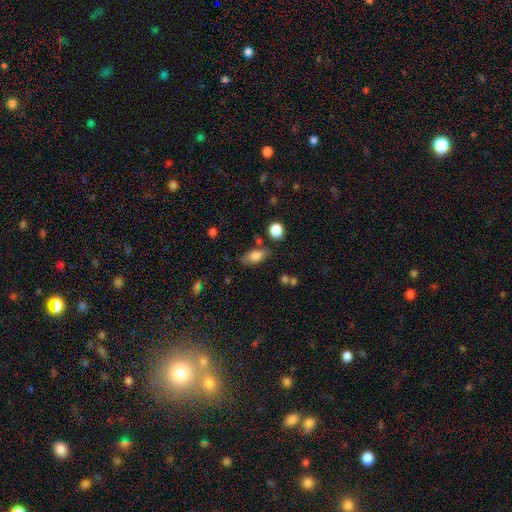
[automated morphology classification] A smooth galaxy with no disk features (80%) that is in between round and cigar-shaped (88%).

Vote fractions:
- Smooth or featured? smooth: 80% / featured or disk: 12% / star or artifact: 8%
- How rounded? in between: 88% / cigar-shaped: 7% / round: 4%
- Merging? none: 75% / minor disturbance: 16% / merger: 5% / major disturbance: 4%